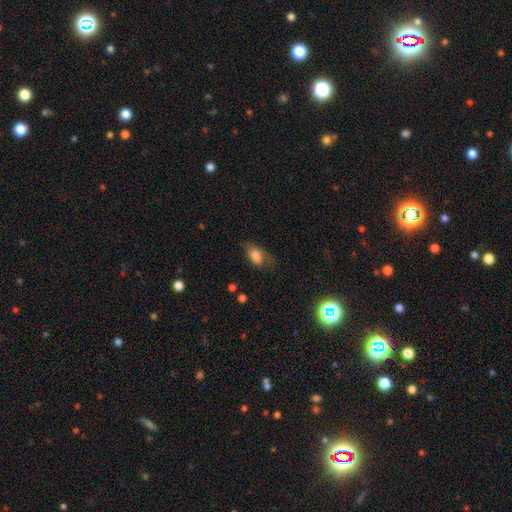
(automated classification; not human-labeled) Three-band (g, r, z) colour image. It shows a smooth galaxy with no disk features (77%) that is in between round and cigar-shaped (89%). Merging: none (49%).